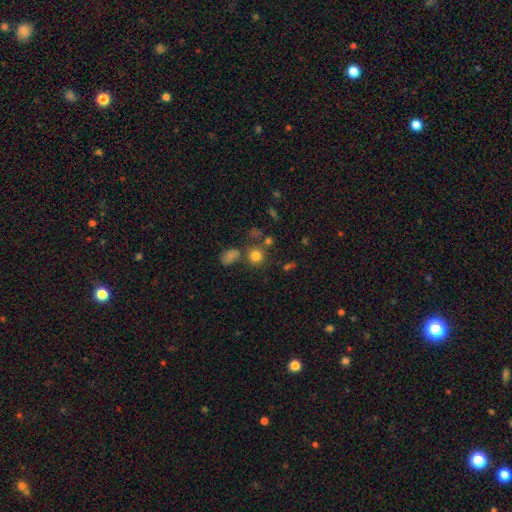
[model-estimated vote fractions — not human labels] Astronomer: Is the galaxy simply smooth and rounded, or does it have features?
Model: smooth — 78%.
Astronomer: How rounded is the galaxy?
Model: round — 87%.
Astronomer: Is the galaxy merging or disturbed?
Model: none — 68%.